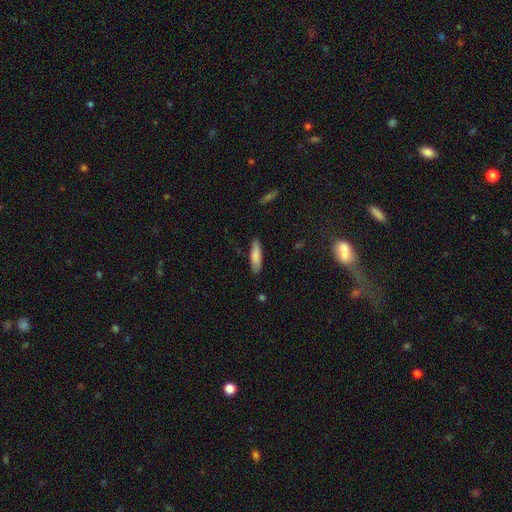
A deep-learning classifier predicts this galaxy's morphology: A smooth galaxy with no disk features (82%) that is cigar-shaped (63%). Merging: none (85%).